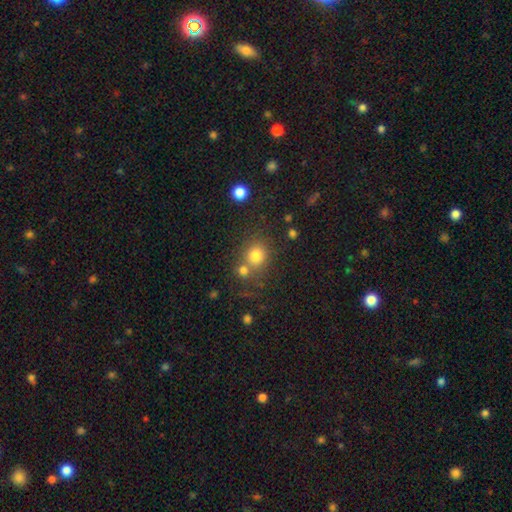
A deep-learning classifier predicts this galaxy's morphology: Overall: smooth (79%). How rounded: round (80%). Merging: none (59%; merger 28%).